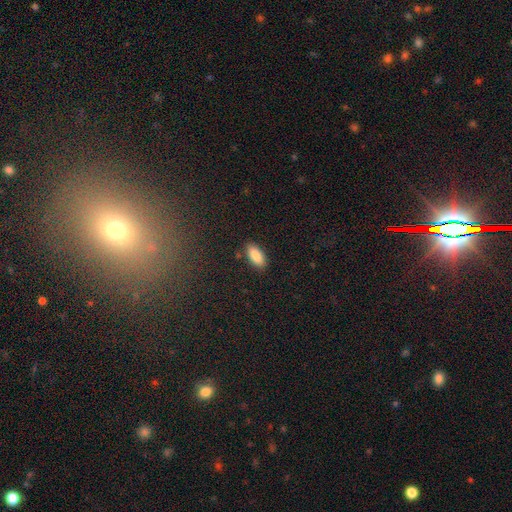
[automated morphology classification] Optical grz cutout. It shows a smooth galaxy with no disk features (87%) that is in between round and cigar-shaped (88%). Merging: none (87%).